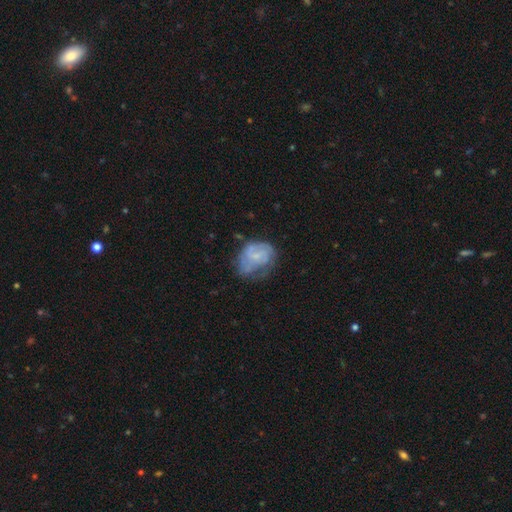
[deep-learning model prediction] Smooth or featured? Predicted: featured or disk (p=0.57). Edge-on disk? Predicted: no (p=0.98). Bar? Predicted: no (p=0.62). Spiral arms? Predicted: yes (p=0.70). Bulge size? Predicted: small (p=0.48). Merging? Predicted: none (p=0.44).